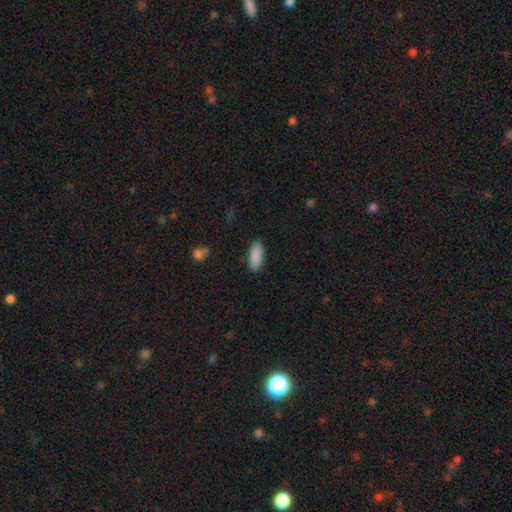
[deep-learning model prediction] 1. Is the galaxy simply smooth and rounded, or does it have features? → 90% smooth, 6% star or artifact, 4% featured or disk.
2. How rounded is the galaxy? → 79% in between, 19% cigar-shaped, 2% round.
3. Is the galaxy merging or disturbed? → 88% none, 9% minor disturbance, 2% major disturbance, 1% merger.